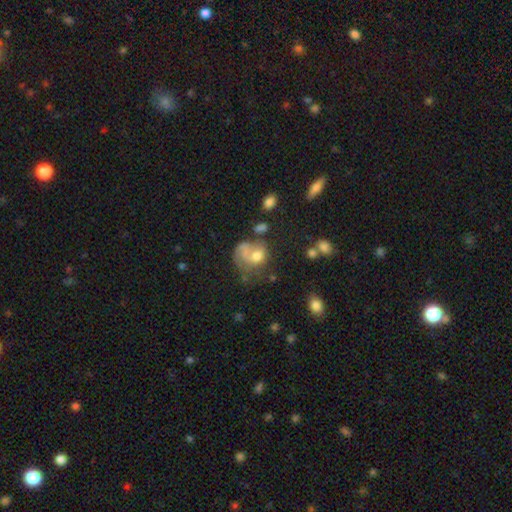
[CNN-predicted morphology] The model was most divided on "smooth or featured": smooth: 50%, featured or disk: 39%, star or artifact: 11%. Remaining: how rounded — round (56%); merging — major disturbance (40%).